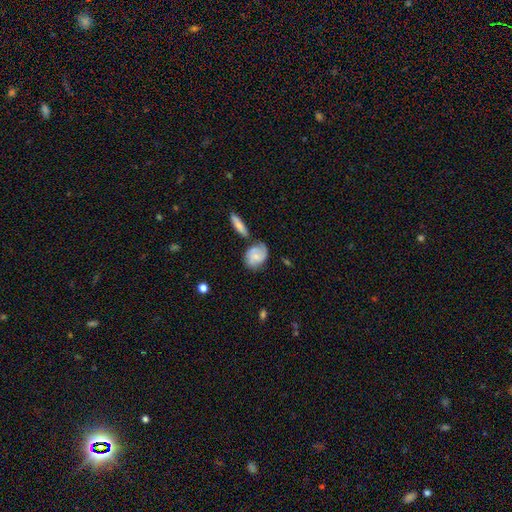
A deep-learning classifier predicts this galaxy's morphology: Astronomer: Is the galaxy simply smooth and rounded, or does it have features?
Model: smooth — 47% (runner-up: featured or disk, 46%).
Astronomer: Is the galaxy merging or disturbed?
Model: none — 56%.